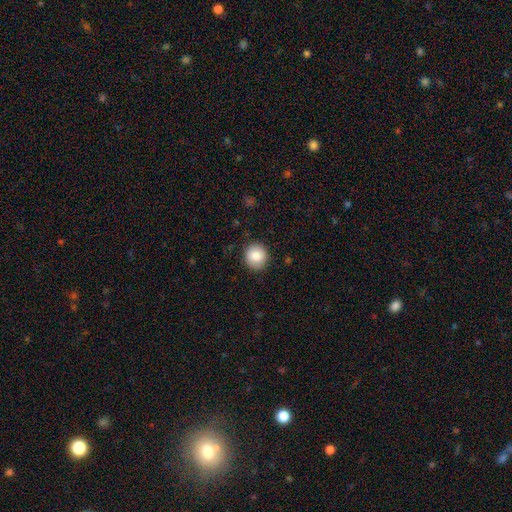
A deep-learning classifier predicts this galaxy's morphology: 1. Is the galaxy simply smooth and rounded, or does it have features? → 84% smooth, 8% featured or disk, 8% star or artifact.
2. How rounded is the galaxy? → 89% round, 10% in between, 1% cigar-shaped.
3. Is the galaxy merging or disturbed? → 87% none, 9% minor disturbance, 2% major disturbance, 1% merger.